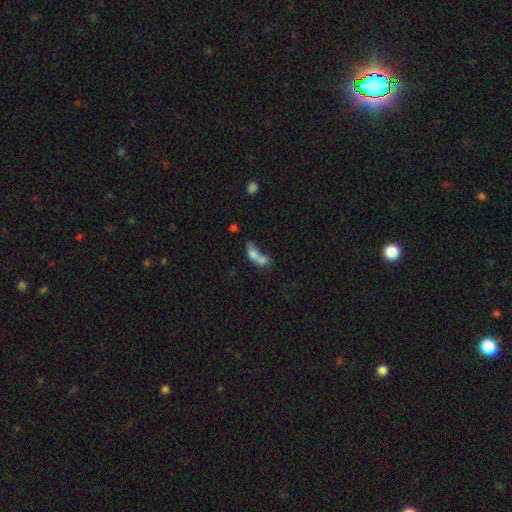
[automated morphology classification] smooth 67%, featured or disk 22%, star or artifact 11%. Down the decision tree: how rounded — in between (70%); merging — merger (69%).